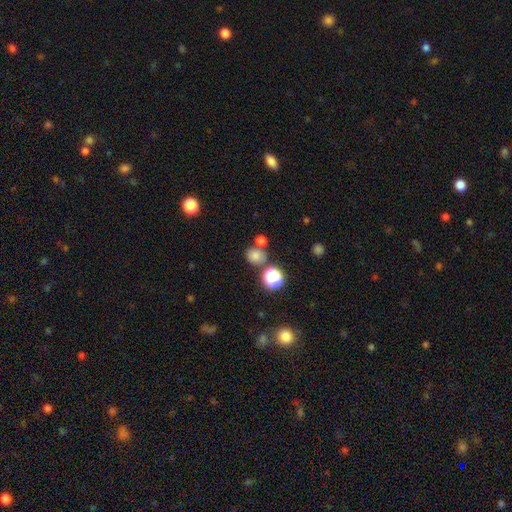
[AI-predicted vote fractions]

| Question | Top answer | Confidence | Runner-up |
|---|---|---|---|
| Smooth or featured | smooth | 74% | star or artifact (19%) |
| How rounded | round | 74% | in between (25%) |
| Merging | none | 66% | merger (19%) |